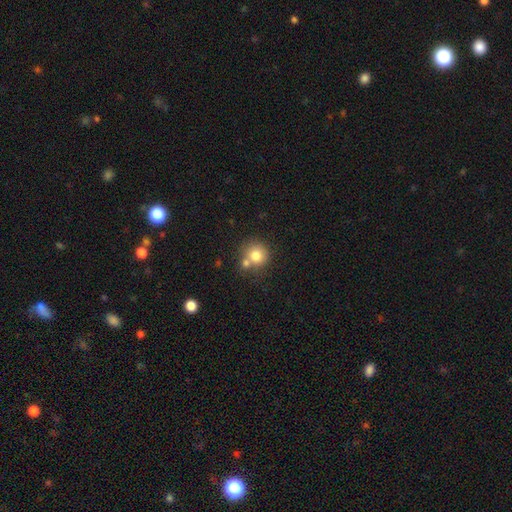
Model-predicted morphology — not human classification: type=smooth (78%); roundness=round (89%); merging=none (57%).